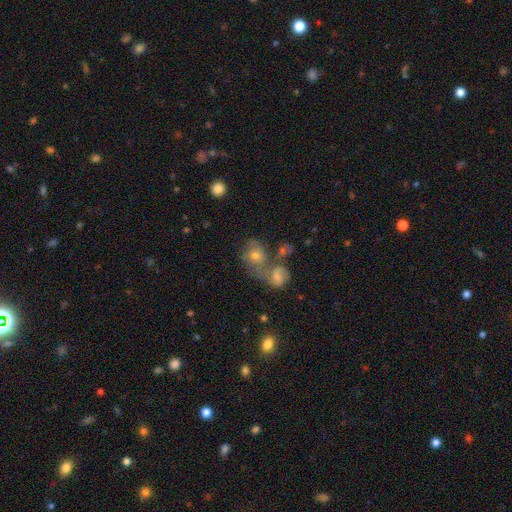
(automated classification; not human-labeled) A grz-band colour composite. It shows a featured or disk galaxy (43%). Merging: merger (47%).